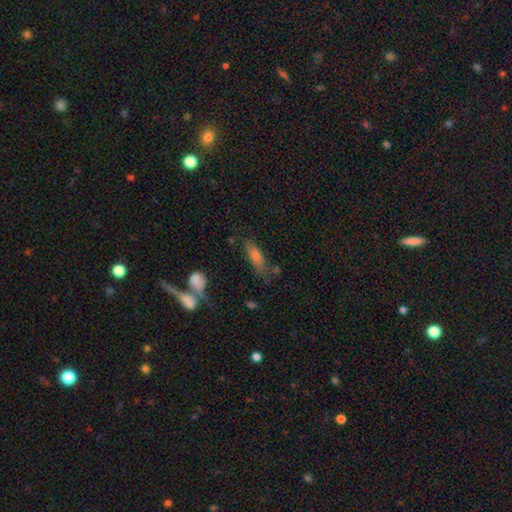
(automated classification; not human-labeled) The model was most divided on "how rounded" (2-way tie): cigar-shaped: 48%, in between: 48%, round: 4%. More confident: smooth or featured — smooth (62%); merging — none (61%).